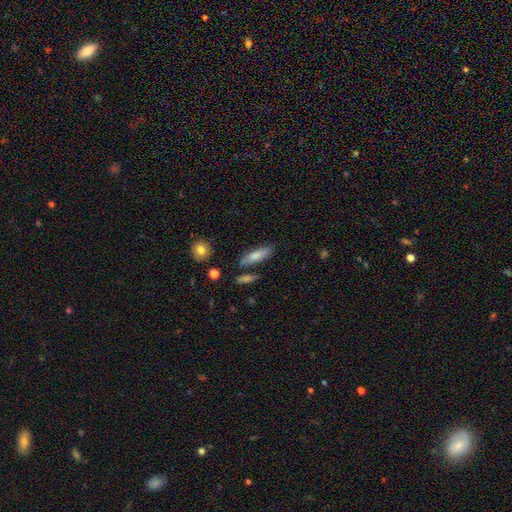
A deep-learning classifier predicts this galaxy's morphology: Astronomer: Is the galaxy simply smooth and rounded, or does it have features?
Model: smooth — 77%.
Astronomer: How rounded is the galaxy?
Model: cigar-shaped — 57% (runner-up: in between, 40%).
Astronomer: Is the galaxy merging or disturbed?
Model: none — 75%.